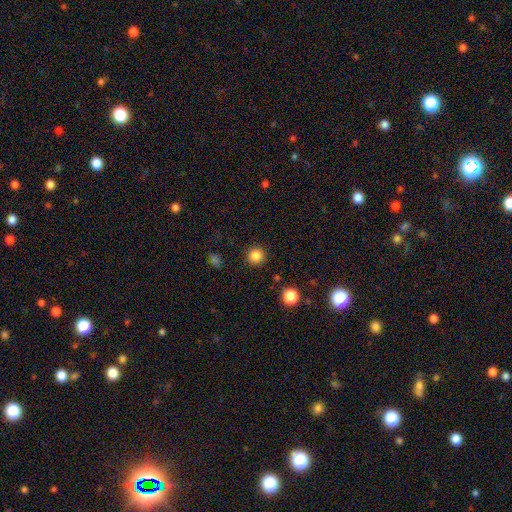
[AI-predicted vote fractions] Smooth or featured: smooth — 84% (star or artifact — 12%)
How rounded: round — 95% (in between — 4%)
Merging: none — 91% (minor disturbance — 5%)